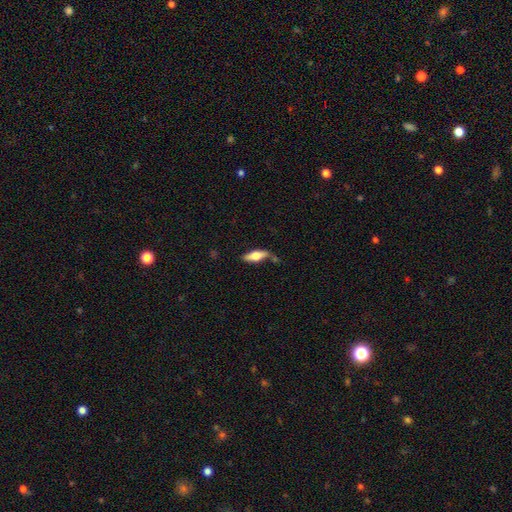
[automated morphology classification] This appears to be a smooth galaxy with no disk features (55%) that is in between round and cigar-shaped (62%). Merging: none (70%).